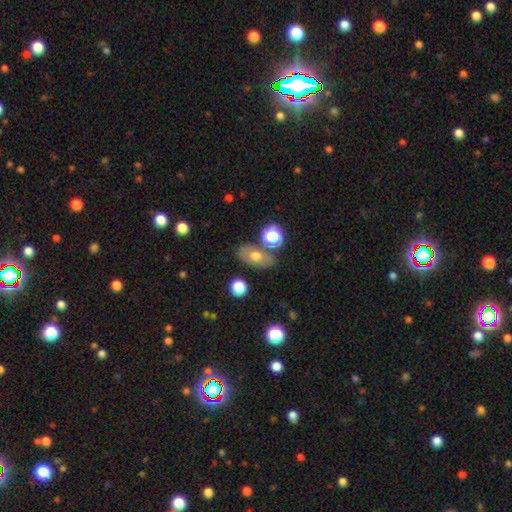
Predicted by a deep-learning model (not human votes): A smooth galaxy with no disk features (61%) that is in between round and cigar-shaped (82%). Merging: none (72%).